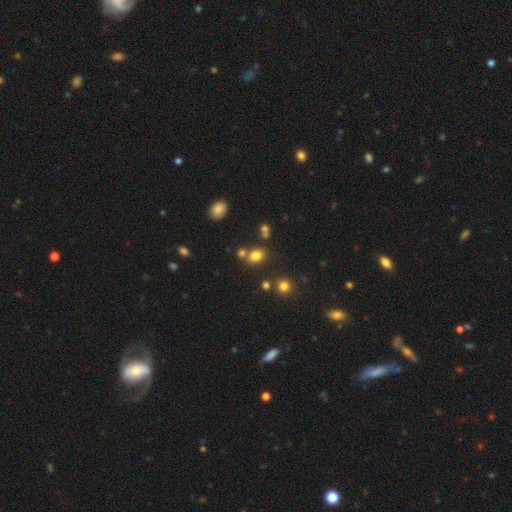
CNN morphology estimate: Smooth or featured? Predicted: smooth (p=0.78). How rounded? Predicted: in between (p=0.62). Merging? Predicted: none (p=0.64).